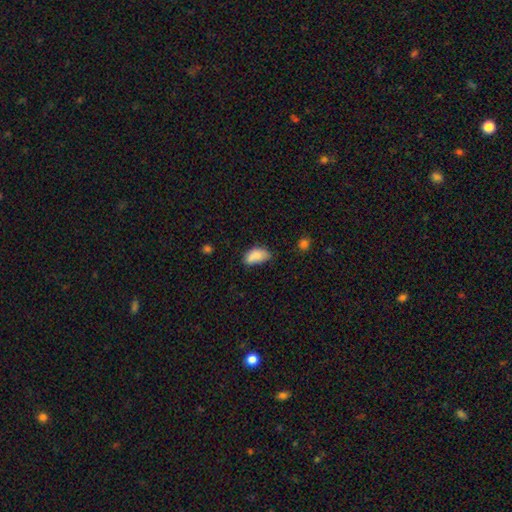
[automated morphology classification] smooth_or_featured: smooth (p=0.82) [alt: featured or disk p=0.10]
how_rounded: in between (p=0.92) [alt: round p=0.06]
merging: none (p=0.46) [alt: minor disturbance p=0.39]